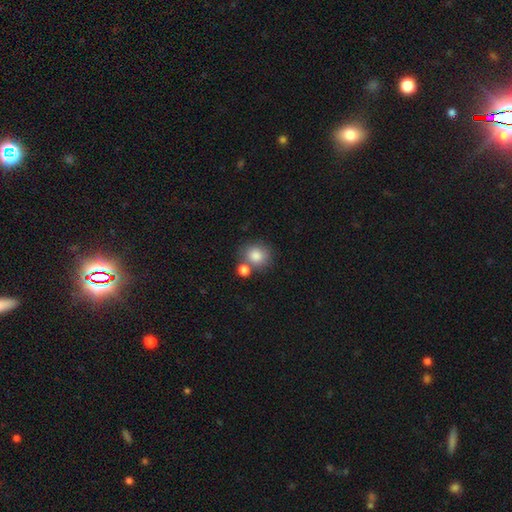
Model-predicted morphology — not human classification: smooth-or-featured: smooth: 84% | star or artifact: 9% | featured or disk: 7%
  how-rounded: round: 83% | in between: 16% | cigar-shaped: 1%
  merging: none: 61% | merger: 24% | minor disturbance: 11% | major disturbance: 4%